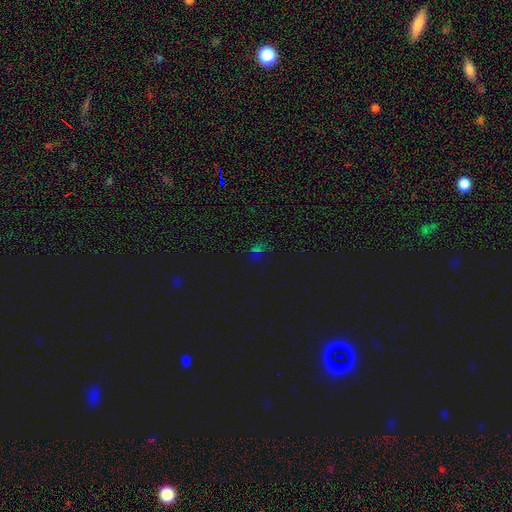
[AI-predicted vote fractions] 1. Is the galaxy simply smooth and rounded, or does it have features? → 57% star or artifact, 35% smooth, 8% featured or disk.